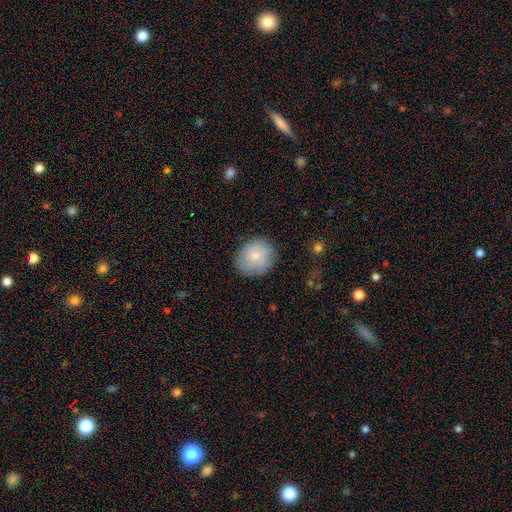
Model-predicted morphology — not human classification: Smooth or featured?
  - smooth: 81% *
  - featured or disk: 12%
  - star or artifact: 7%
How rounded?
  - round: 68% *
  - in between: 31%
  - cigar-shaped: 1%
Merging?
  - none: 82% *
  - minor disturbance: 14%
  - major disturbance: 3%
  - merger: 1%